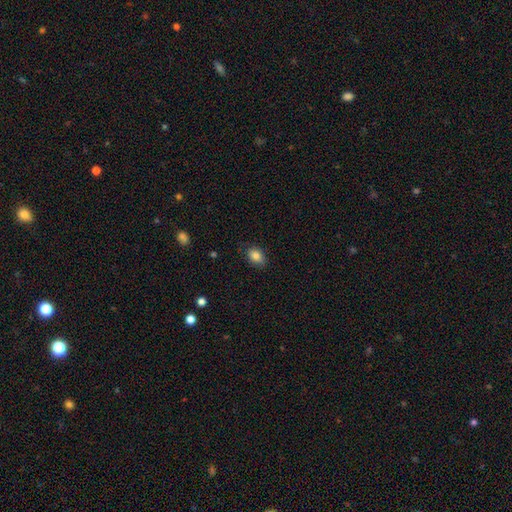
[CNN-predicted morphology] Smooth or featured?
  - smooth: 84% *
  - star or artifact: 8%
  - featured or disk: 8%
How rounded?
  - in between: 82% *
  - round: 17%
  - cigar-shaped: 1%
Merging?
  - none: 80% *
  - minor disturbance: 16%
  - major disturbance: 3%
  - merger: 1%